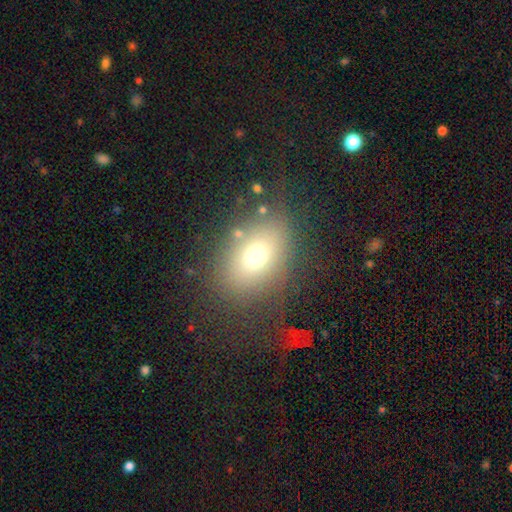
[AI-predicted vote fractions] The model was most divided on "how rounded": in between: 71%, round: 27%, cigar-shaped: 2%. More confident: merging — none (69%); smooth or featured — smooth (69%).